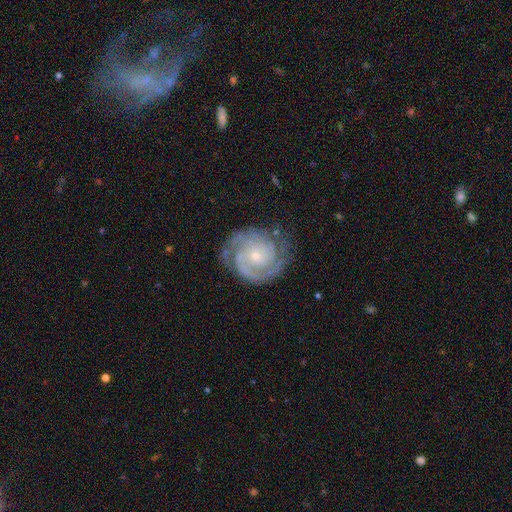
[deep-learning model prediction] Smooth or featured: featured or disk — 90% (star or artifact — 5%)
Edge-on disk: no — 98% (yes — 2%)
Bar: no — 73% (weak — 21%)
Spiral arms: yes — 98% (no — 2%)
Spiral winding: tight — 75% (medium — 22%)
Spiral arm count: 2 — 49% (3 — 25%)
Bulge size: small — 81% (moderate — 15%)
Merging: none — 77% (minor disturbance — 16%)